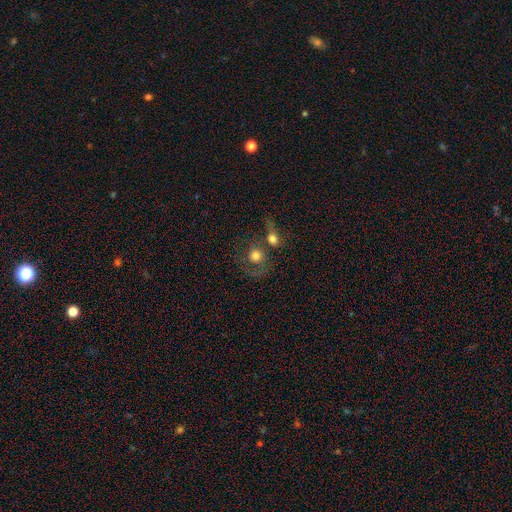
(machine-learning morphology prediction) smooth_or_featured: smooth (p=0.62) [alt: featured or disk p=0.27]
how_rounded: round (p=0.81) [alt: in between p=0.18]
merging: merger (p=0.44) [alt: none p=0.31]